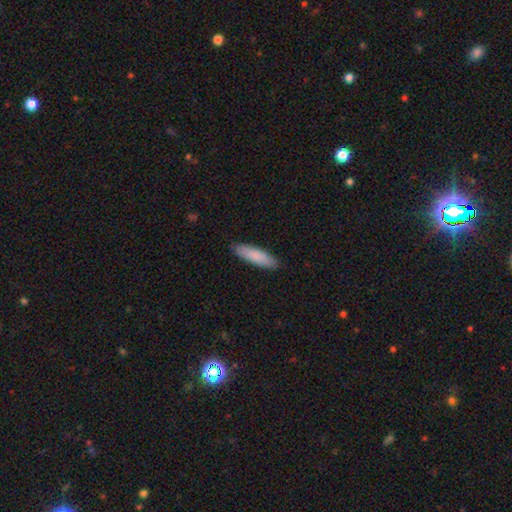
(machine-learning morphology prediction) This appears to be a smooth galaxy with no disk features (87%) that is cigar-shaped (67%). Merging: none (89%).